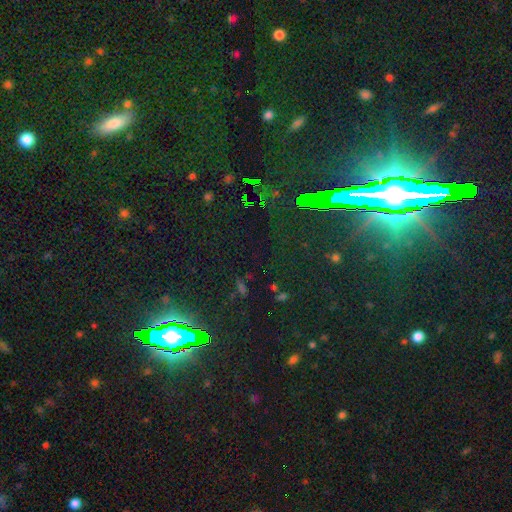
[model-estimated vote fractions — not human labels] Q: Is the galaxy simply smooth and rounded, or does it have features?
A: star or artifact — 68%.